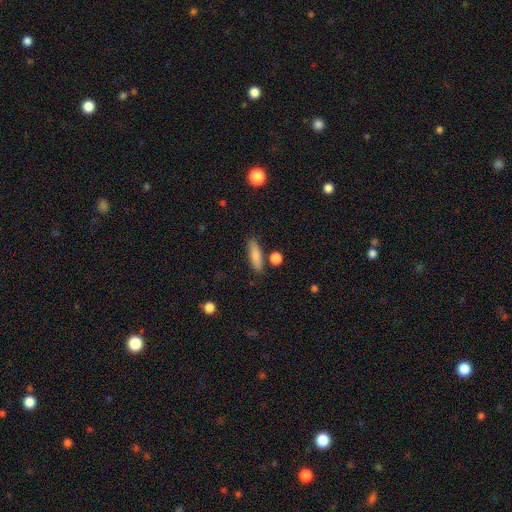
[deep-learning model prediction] The model was most divided on "how rounded": cigar-shaped: 50%, in between: 47%, round: 3%. More confident: smooth or featured — smooth (82%); merging — none (79%).